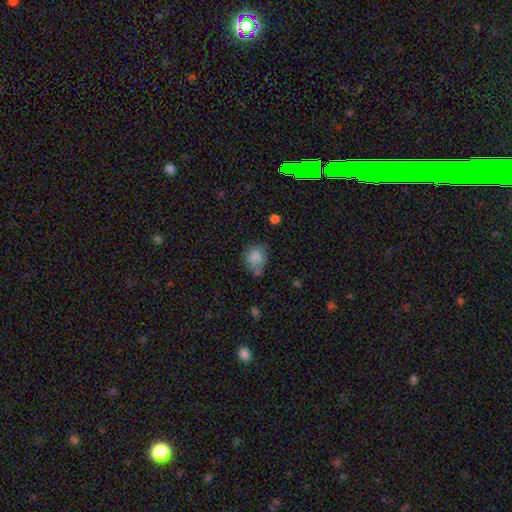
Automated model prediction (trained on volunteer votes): This is clearly a smooth galaxy (81%). How rounded: likely round (67%). Merging: possibly none (54%).